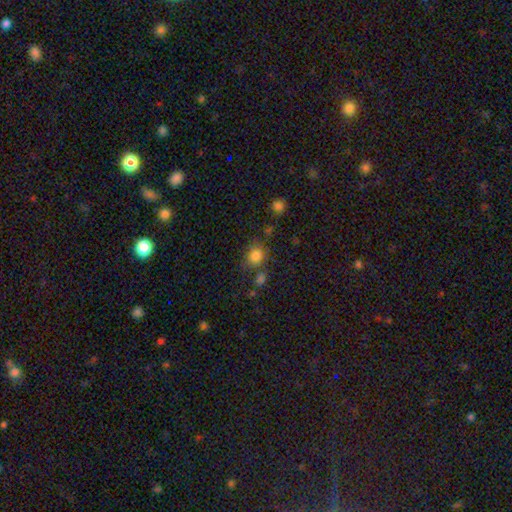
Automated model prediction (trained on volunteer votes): Smooth or featured? Predicted: smooth (p=0.81). How rounded? Predicted: round (p=0.63). Merging? Predicted: none (p=0.65).